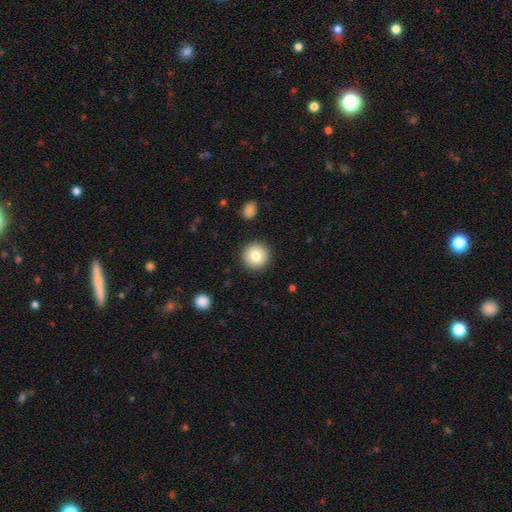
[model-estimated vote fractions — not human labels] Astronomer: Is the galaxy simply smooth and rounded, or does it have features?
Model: smooth — 80%.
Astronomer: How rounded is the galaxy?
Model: round — 95%.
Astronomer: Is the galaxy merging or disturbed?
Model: none — 91%.